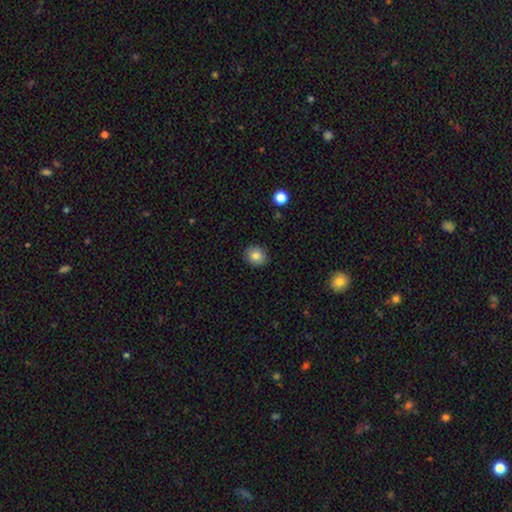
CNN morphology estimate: type=smooth (82%); roundness=round (75%); merging=none (89%).